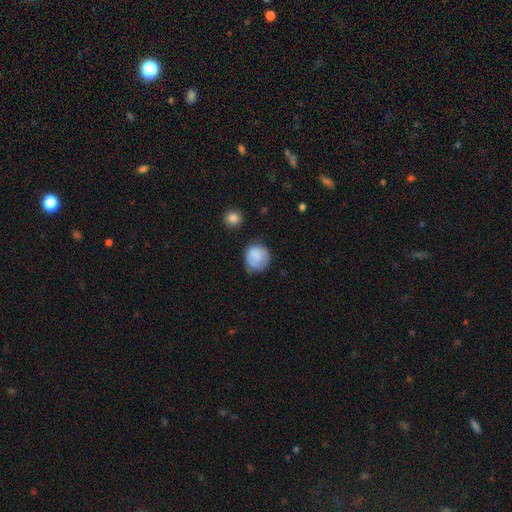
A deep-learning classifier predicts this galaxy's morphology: Overall: smooth (82%). How rounded: round (85%). Merging: none (67%).